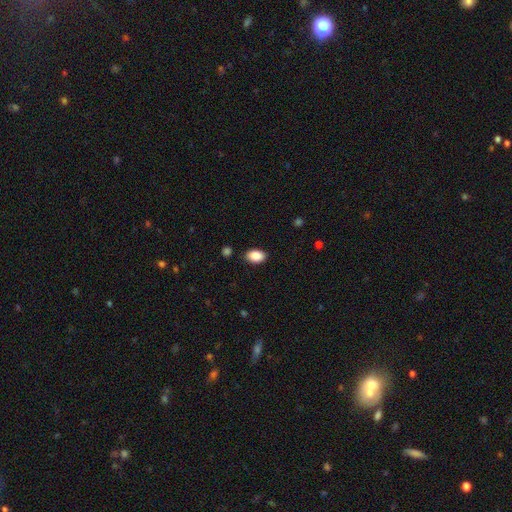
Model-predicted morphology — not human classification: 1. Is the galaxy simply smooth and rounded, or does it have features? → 89% smooth, 7% star or artifact, 4% featured or disk.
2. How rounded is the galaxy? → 89% in between, 10% round, 1% cigar-shaped.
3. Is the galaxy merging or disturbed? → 85% none, 11% minor disturbance, 2% major disturbance, 2% merger.